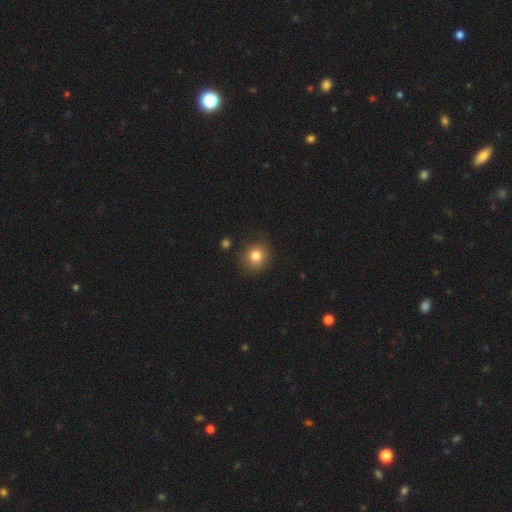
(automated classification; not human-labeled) A smooth galaxy with no disk features (80%) that is round (85%). Merging: none (86%).